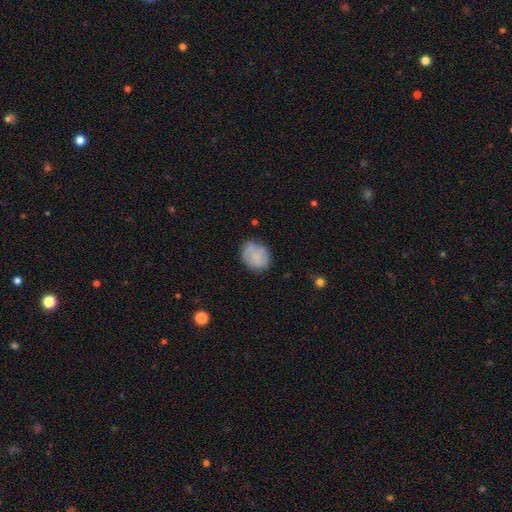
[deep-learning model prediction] A smooth galaxy with no disk features (71%) that is round (57%). Merging: none (70%).